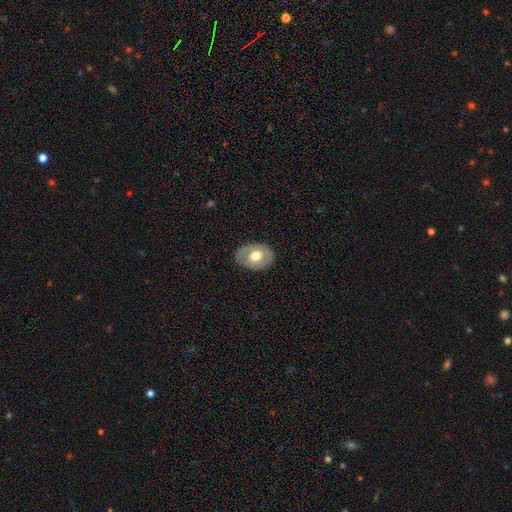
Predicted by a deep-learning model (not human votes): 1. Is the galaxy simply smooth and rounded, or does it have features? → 50% smooth, 44% featured or disk, 6% star or artifact.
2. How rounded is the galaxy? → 72% in between, 28% round, 1% cigar-shaped.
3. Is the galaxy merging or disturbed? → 81% none, 14% minor disturbance, 4% major disturbance, 1% merger.